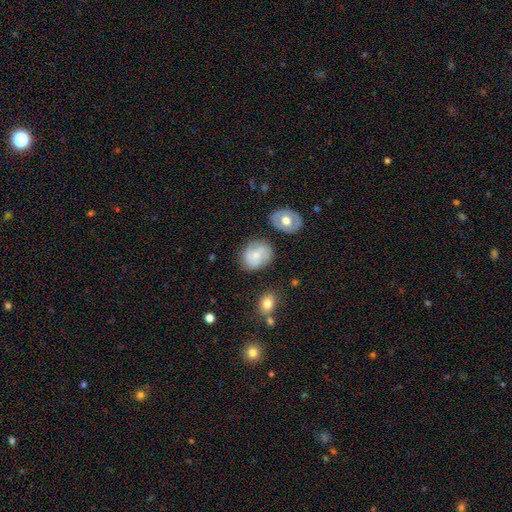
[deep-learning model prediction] Q: Smooth or featured?
A: smooth (55%); runner-up: featured or disk (37%)
Q: How rounded?
A: round (58%); runner-up: in between (41%)
Q: Merging?
A: none (67%); runner-up: minor disturbance (21%)